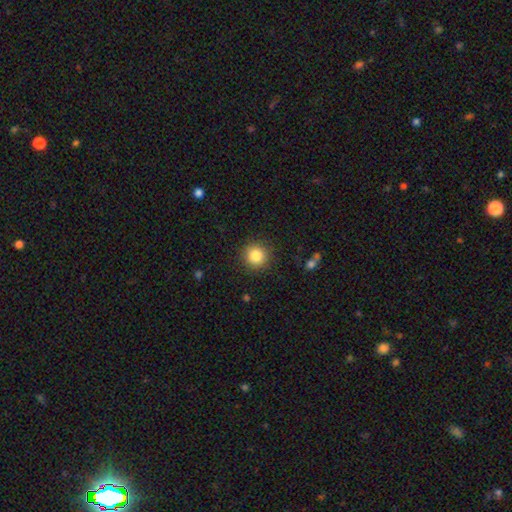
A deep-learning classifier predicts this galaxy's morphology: Smooth or featured: smooth — 84% (star or artifact — 10%)
How rounded: round — 94% (in between — 5%)
Merging: none — 90% (minor disturbance — 6%)